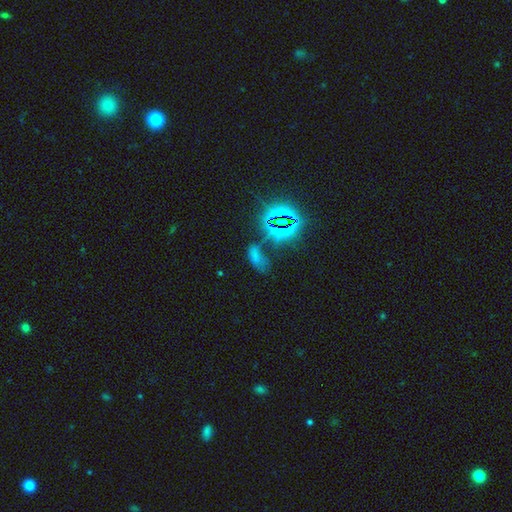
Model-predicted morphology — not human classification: type=star or artifact (44%, tied with smooth).